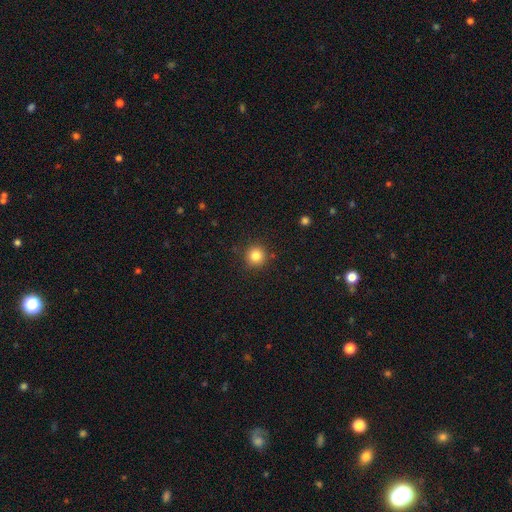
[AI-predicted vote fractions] The model was most divided on "smooth or featured": smooth: 83%, star or artifact: 12%, featured or disk: 5%. More confident: how rounded — round (94%); merging — none (90%).